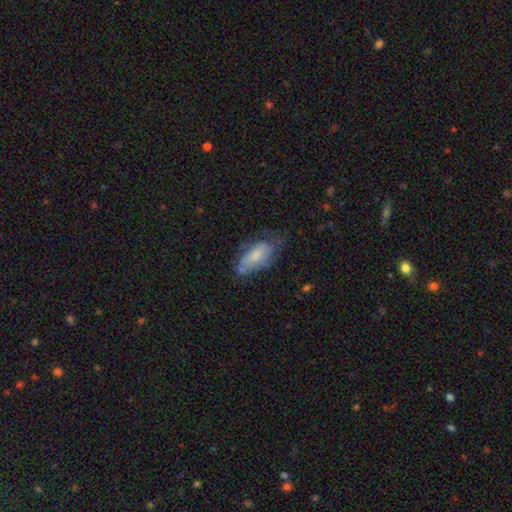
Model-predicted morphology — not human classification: A smooth galaxy with no disk features (57%) that is in between round and cigar-shaped (88%). Merging: none (43%).